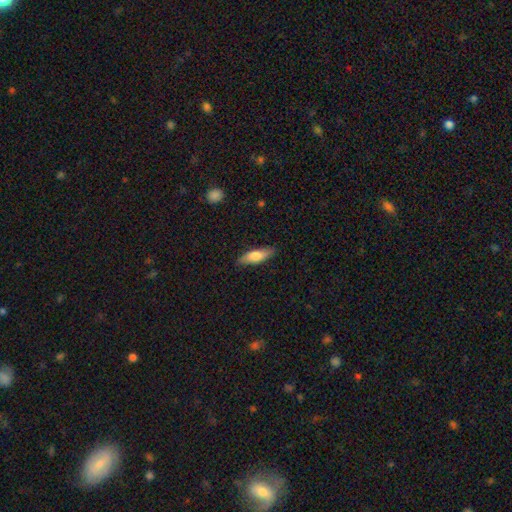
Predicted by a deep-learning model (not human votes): Overall: smooth (73%). How rounded: in between (49%, tied with cigar-shaped). Merging: none (84%).